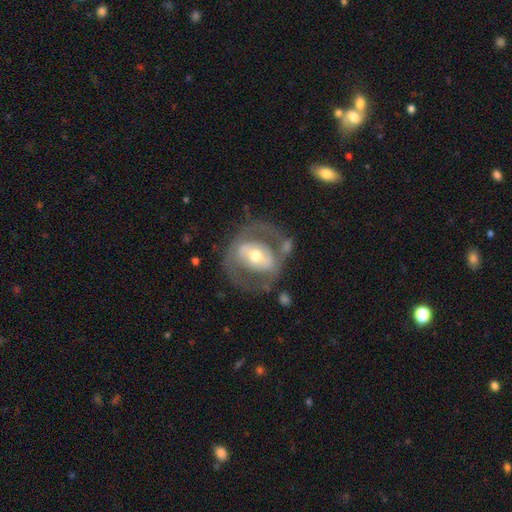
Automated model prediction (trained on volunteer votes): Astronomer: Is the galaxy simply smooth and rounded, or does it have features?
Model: featured or disk — 68%.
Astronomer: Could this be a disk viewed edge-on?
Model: no — 94%.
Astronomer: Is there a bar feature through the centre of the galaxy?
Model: no — 43% (runner-up: weak, 29%).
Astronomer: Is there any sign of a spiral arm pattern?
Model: no — 63%.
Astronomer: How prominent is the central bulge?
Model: moderate — 70%.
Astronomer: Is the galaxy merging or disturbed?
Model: none — 60%.